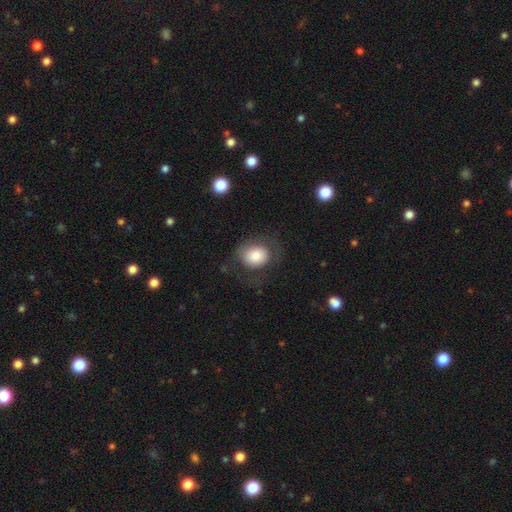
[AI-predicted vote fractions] Smooth or featured: smooth — 74% (featured or disk — 18%)
How rounded: round — 61% (in between — 38%)
Merging: none — 60% (major disturbance — 19%)